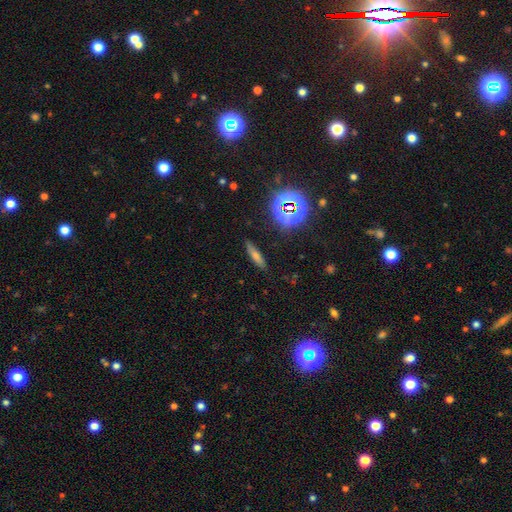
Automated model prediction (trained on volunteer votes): Smooth or featured? Predicted: smooth (p=0.46). Merging? Predicted: none (p=0.87).